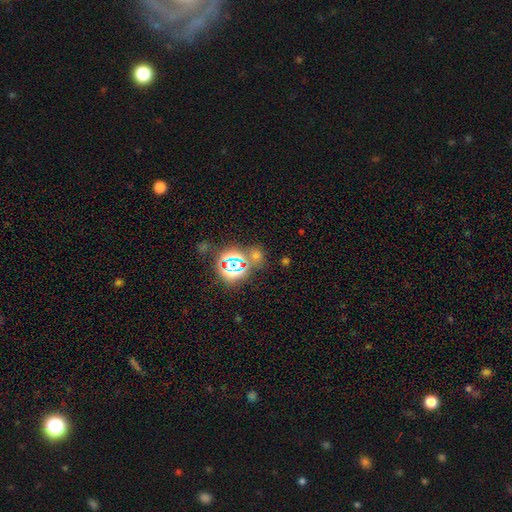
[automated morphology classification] Smooth or featured: star or artifact — 49% (smooth — 44%)